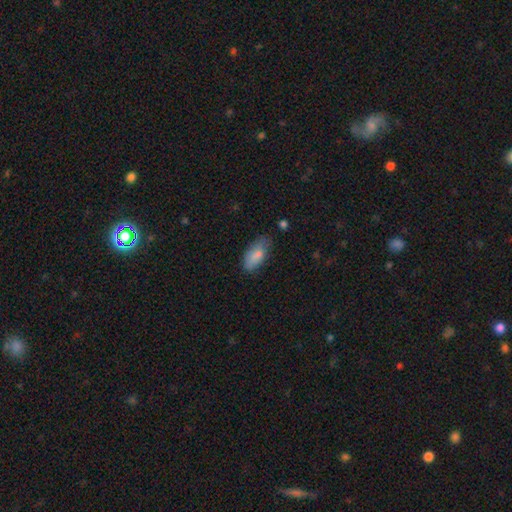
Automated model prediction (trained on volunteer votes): This is clearly a smooth galaxy (81%). How rounded: clearly in between (87%). Merging: likely none (63%).